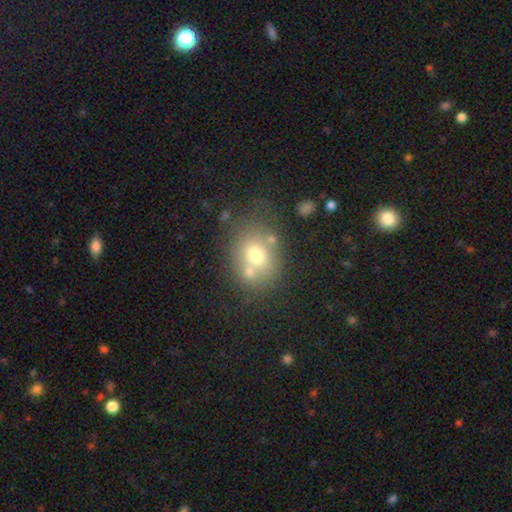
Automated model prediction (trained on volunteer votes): smooth 65%, featured or disk 22%, star or artifact 13%. Down the decision tree: how rounded — round (54%); merging — none (54%).